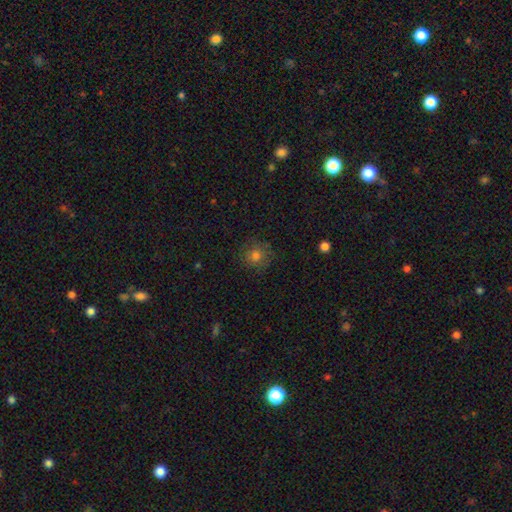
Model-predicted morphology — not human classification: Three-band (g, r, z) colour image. It shows a smooth galaxy with no disk features (76%) that is round (89%). Merging: none (81%).